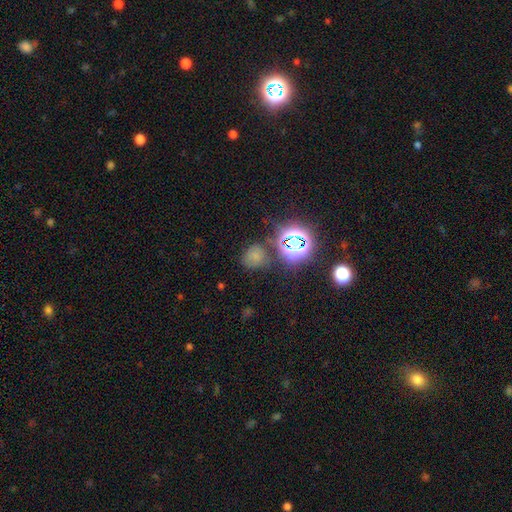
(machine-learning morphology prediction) Q: Smooth or featured?
A: smooth (57%); runner-up: star or artifact (34%)
Q: How rounded?
A: round (72%); runner-up: in between (27%)
Q: Merging?
A: none (68%); runner-up: minor disturbance (17%)